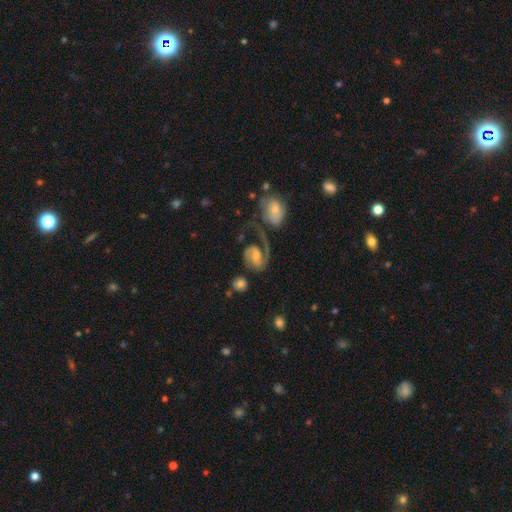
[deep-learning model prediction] This appears to be a featured or disk galaxy (82%) with a weak bar (44%), 2 (69%) medium (50%) spiral arms (95%) and a moderate central bulge (51%). Merging: none (47%).